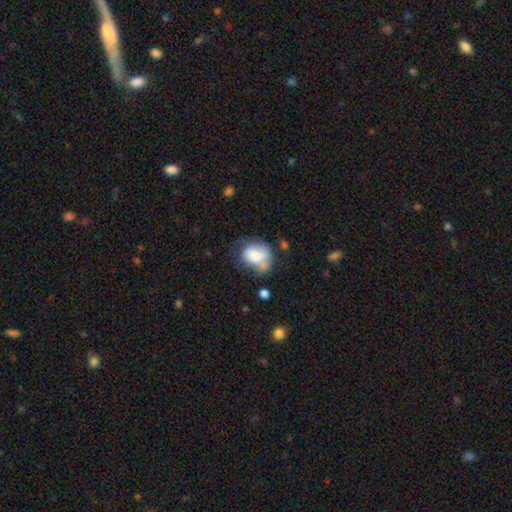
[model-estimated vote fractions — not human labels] Smooth or featured? smooth (72%)
How rounded? in between (54%)
Merging? none (34%)